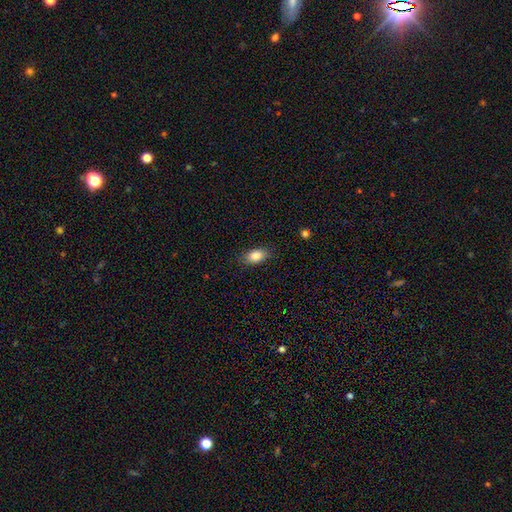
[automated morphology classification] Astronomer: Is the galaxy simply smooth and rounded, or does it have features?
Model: smooth — 85%.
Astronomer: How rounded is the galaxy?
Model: in between — 88%.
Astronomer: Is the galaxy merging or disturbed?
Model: none — 85%.